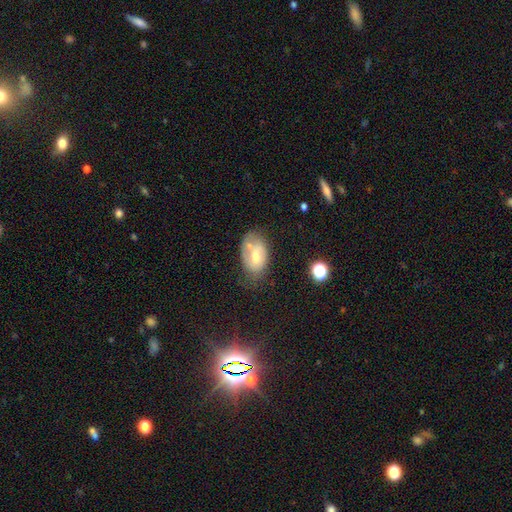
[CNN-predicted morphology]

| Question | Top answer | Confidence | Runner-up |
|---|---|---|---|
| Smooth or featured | featured or disk | 49% | smooth (39%) |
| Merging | none | 50% | minor disturbance (26%) |